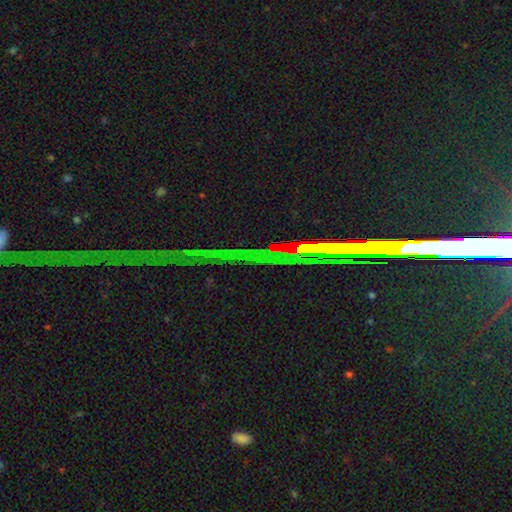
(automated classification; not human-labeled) smooth-or-featured: star or artifact: 71% | featured or disk: 18% | smooth: 11%